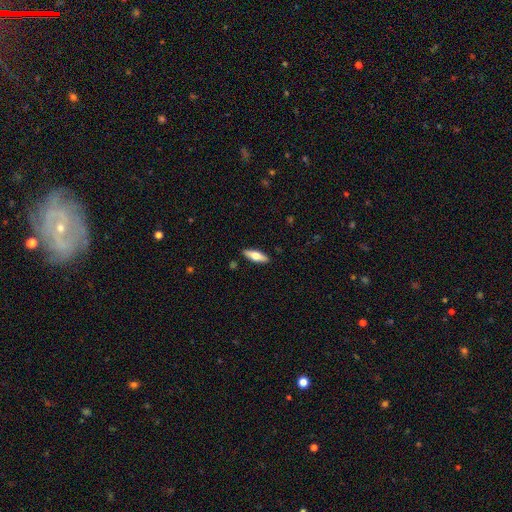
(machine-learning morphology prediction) smooth_or_featured: smooth (p=0.61) [alt: featured or disk p=0.33]
how_rounded: in between (p=0.53) [alt: cigar-shaped p=0.45]
merging: none (p=0.89) [alt: minor disturbance p=0.08]